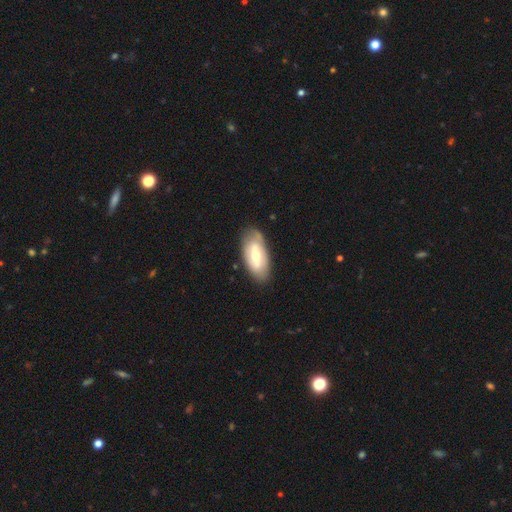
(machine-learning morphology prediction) This is possibly a featured or disk galaxy (56%). It is clearly not viewed edge-on (86%). Merging: likely none (80%).